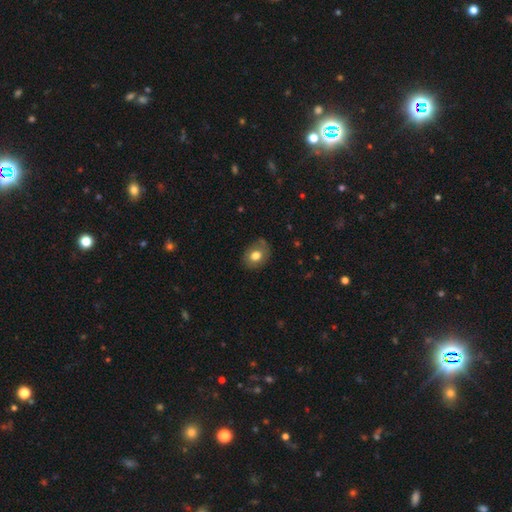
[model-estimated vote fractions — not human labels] Overall: smooth (74%). How rounded: in between (55%; round 45%). Merging: none (75%).